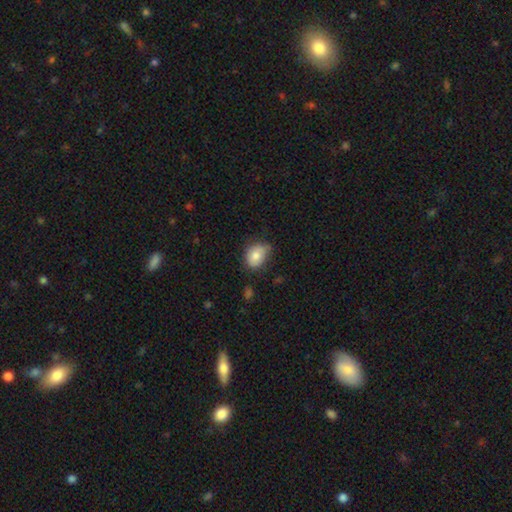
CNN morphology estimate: Q: Smooth or featured?
A: smooth (80%); runner-up: featured or disk (11%)
Q: How rounded?
A: in between (59%); runner-up: round (40%)
Q: Merging?
A: none (58%); runner-up: minor disturbance (33%)